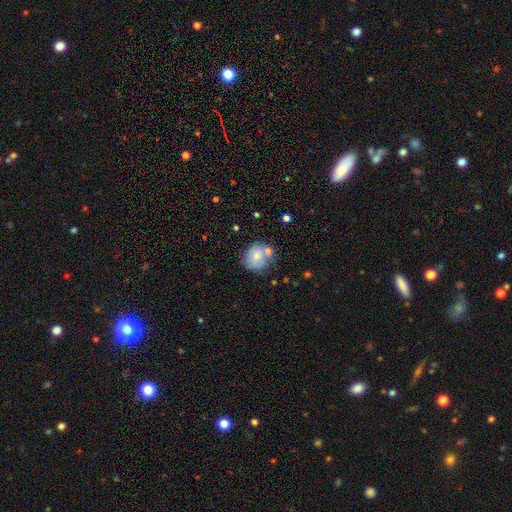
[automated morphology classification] A smooth galaxy with no disk features (74%) that is round (73%). Merging: none (58%).